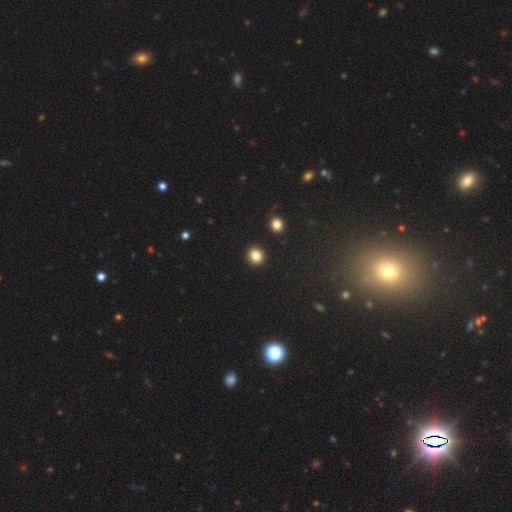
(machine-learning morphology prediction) Smooth or featured? smooth (84%)
How rounded? round (85%)
Merging? none (92%)